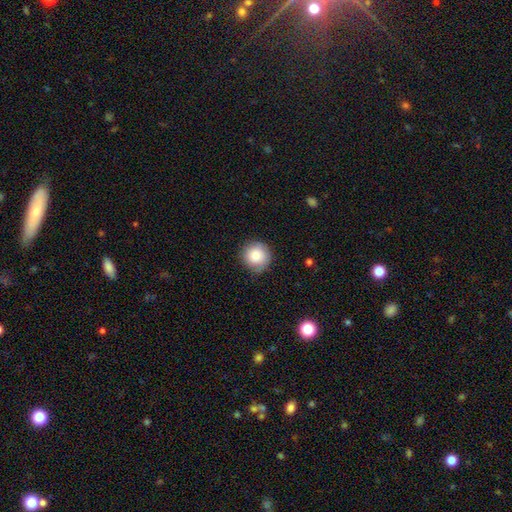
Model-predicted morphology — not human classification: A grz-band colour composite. It shows a smooth galaxy with no disk features (84%) that is round (94%). Merging: none (81%).